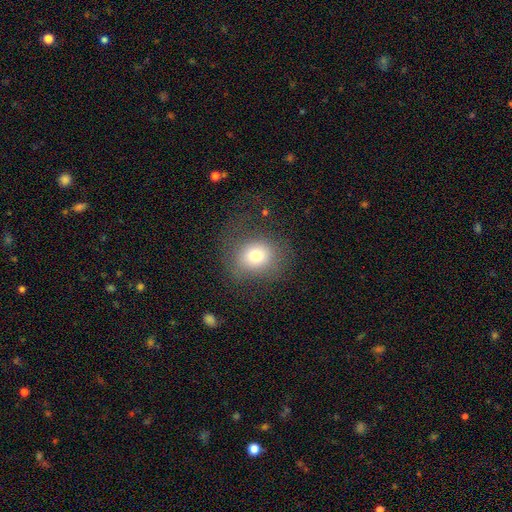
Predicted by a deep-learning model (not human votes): Morphology: type=smooth (75%); roundness=round (68%); merging=none (60%).